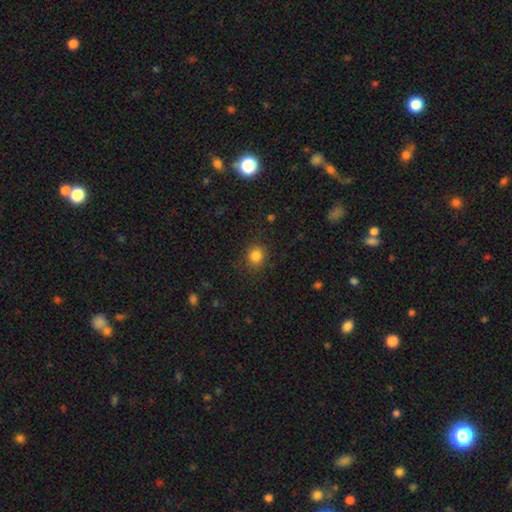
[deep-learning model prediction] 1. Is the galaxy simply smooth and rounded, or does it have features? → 83% smooth, 12% star or artifact, 5% featured or disk.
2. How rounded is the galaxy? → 77% round, 22% in between, 1% cigar-shaped.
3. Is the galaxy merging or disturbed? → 86% none, 9% minor disturbance, 3% major disturbance, 1% merger.